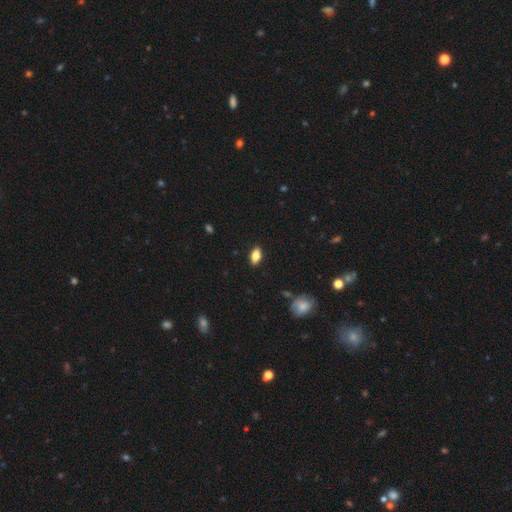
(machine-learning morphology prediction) A smooth galaxy with no disk features (79%) that is in between round and cigar-shaped (89%). Merging: none (88%).